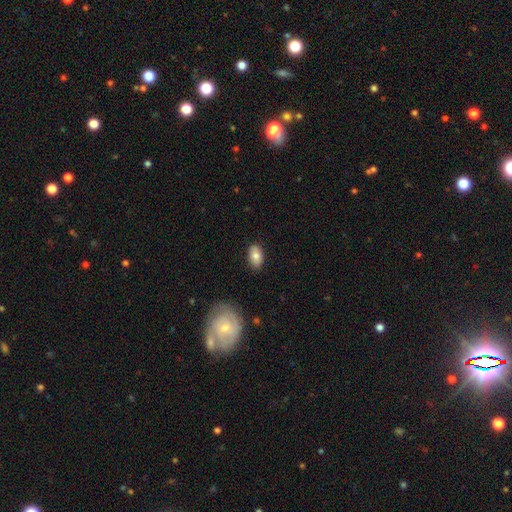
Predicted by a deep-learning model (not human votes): Smooth or featured?
  - smooth: 78% *
  - featured or disk: 15%
  - star or artifact: 7%
How rounded?
  - in between: 91% *
  - round: 7%
  - cigar-shaped: 2%
Merging?
  - none: 84% *
  - minor disturbance: 12%
  - major disturbance: 2%
  - merger: 1%